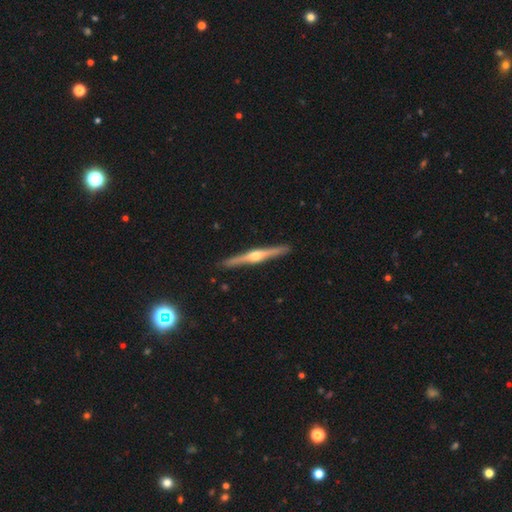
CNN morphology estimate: This appears to be a featured or disk galaxy (82%) viewed edge-on (98%) with a rounded central bulge (93%). Merging: none (92%).